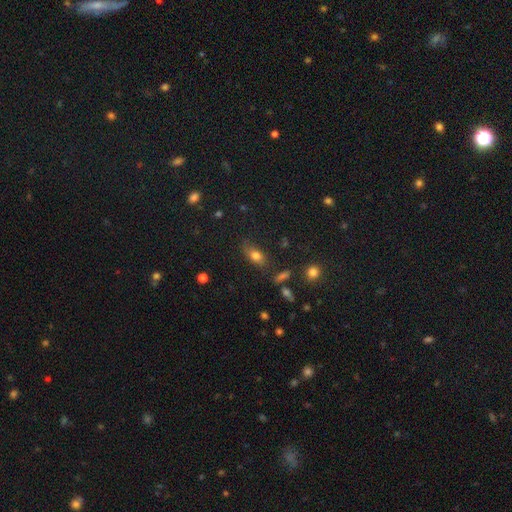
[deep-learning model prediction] A smooth galaxy with no disk features (76%) that is in between round and cigar-shaped (79%). Merging: none (72%).